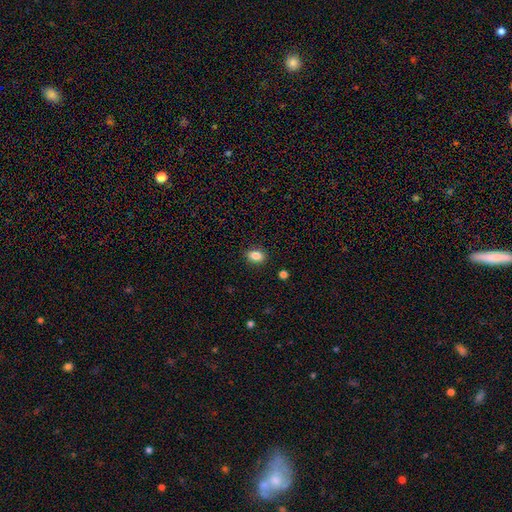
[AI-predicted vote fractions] A smooth galaxy with no disk features (86%) that is in between round and cigar-shaped (78%). Merging: none (88%).